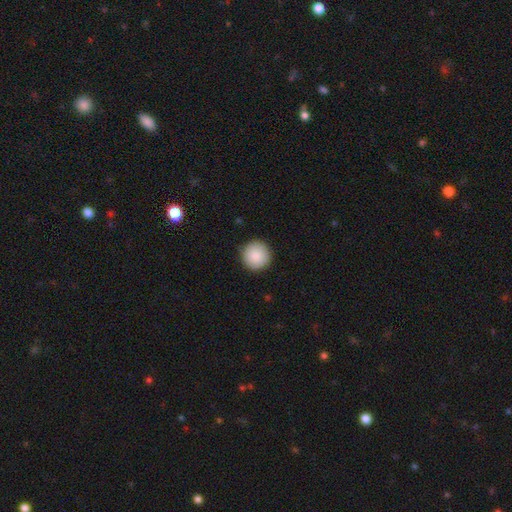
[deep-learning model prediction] A smooth galaxy with no disk features (89%) that is round (96%). Merging: none (91%).